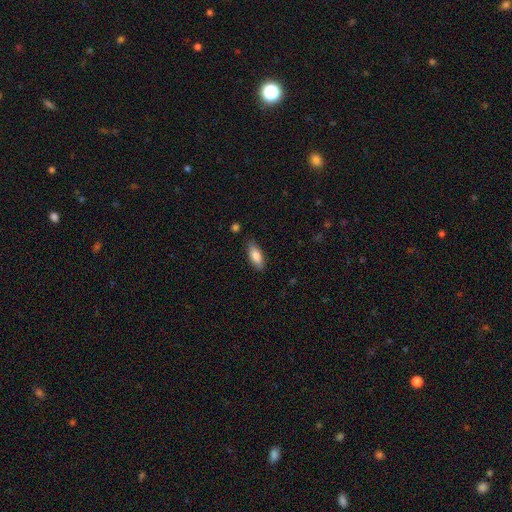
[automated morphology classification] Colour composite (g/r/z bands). It shows a smooth galaxy with no disk features (84%) that is in between round and cigar-shaped (79%). Merging: none (82%).